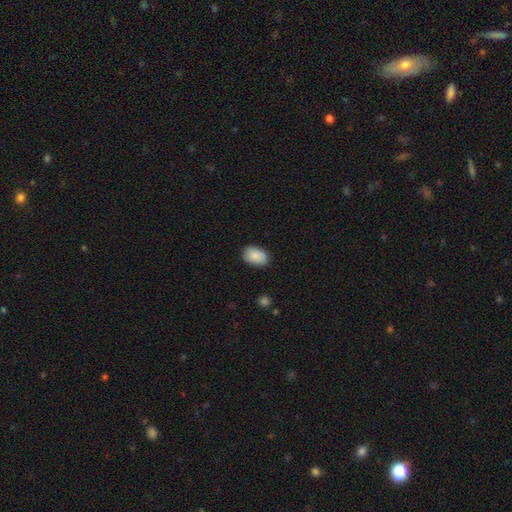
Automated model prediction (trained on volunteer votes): This is clearly a smooth galaxy (87%). How rounded: clearly in between (88%). Merging: clearly none (85%).